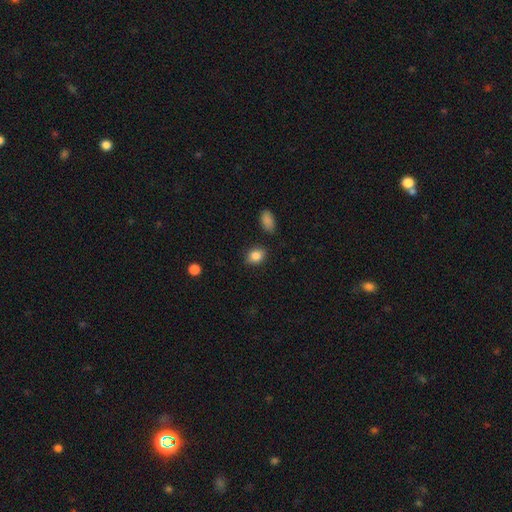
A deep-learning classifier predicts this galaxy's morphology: Overall: smooth (87%). How rounded: in between (60%; round 38%). Merging: none (83%).